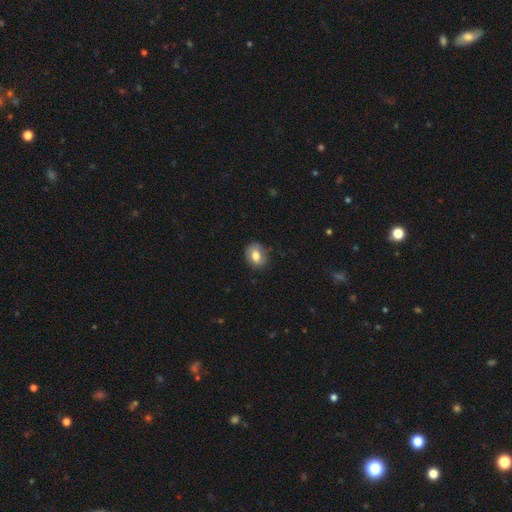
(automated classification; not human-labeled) Smooth or featured: smooth — 75% (featured or disk — 17%)
How rounded: in between — 58% (round — 41%)
Merging: none — 80% (minor disturbance — 15%)